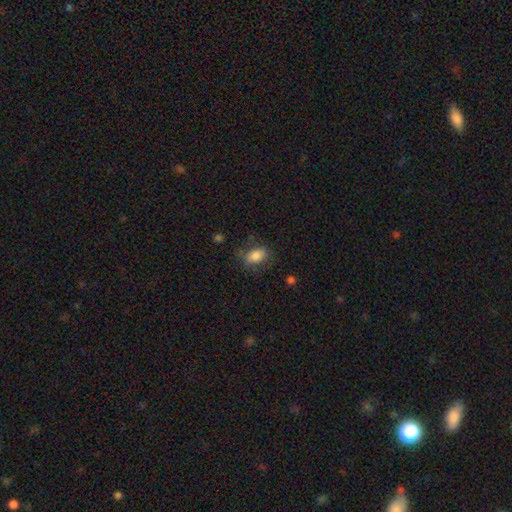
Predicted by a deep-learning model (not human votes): Smooth or featured?
  - smooth: 82% *
  - featured or disk: 9%
  - star or artifact: 8%
How rounded?
  - in between: 84% *
  - round: 14%
  - cigar-shaped: 2%
Merging?
  - none: 70% *
  - minor disturbance: 20%
  - major disturbance: 8%
  - merger: 2%